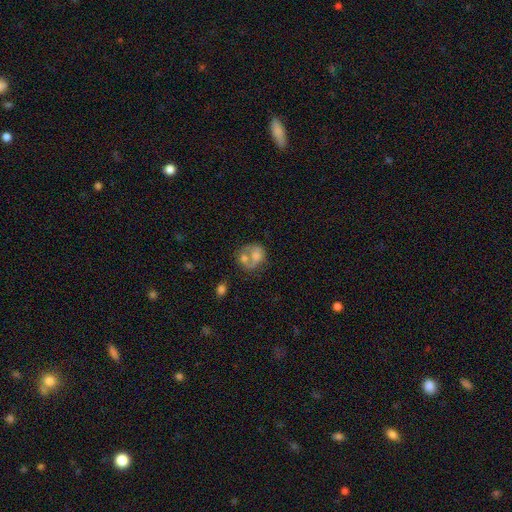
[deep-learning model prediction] Smooth or featured: smooth — 54% (featured or disk — 36%)
How rounded: round — 55% (in between — 44%)
Merging: merger — 45% (none — 25%)